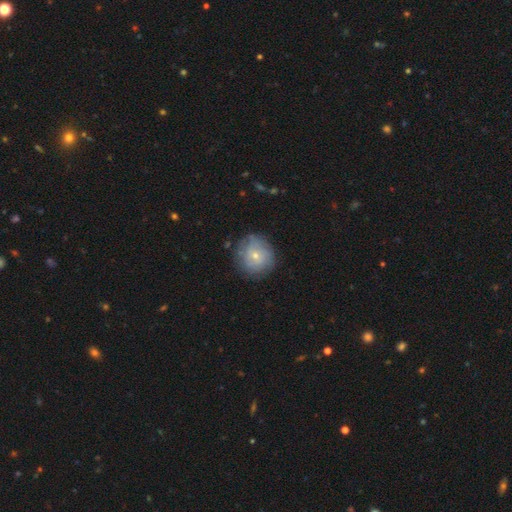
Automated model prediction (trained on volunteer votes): Morphology: type=smooth (48%); merging=none (77%).